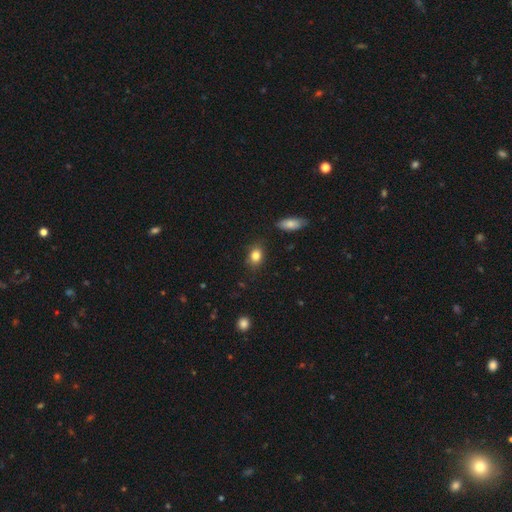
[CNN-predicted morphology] The model was most divided on "how rounded": in between: 68%, round: 30%, cigar-shaped: 2%. More confident: smooth or featured — smooth (84%); merging — none (82%).